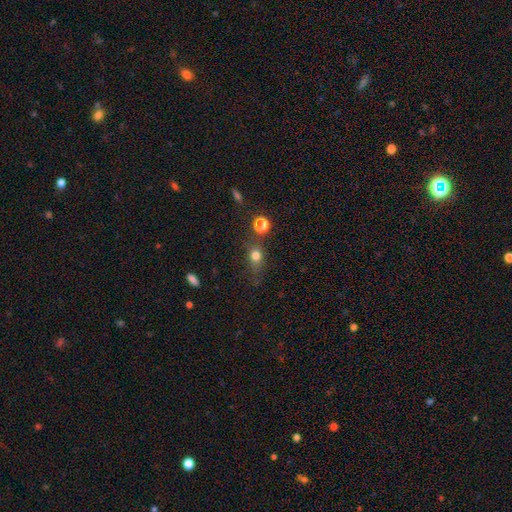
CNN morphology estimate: Overall: smooth (74%). How rounded: round (52%; in between 42%). Merging: none (57%; minor disturbance 21%).